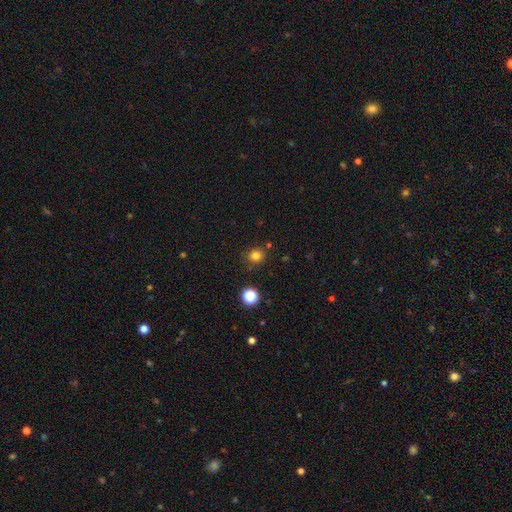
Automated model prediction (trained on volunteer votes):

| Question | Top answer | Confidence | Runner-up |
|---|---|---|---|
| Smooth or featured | smooth | 80% | star or artifact (15%) |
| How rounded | round | 89% | in between (10%) |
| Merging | none | 86% | minor disturbance (8%) |